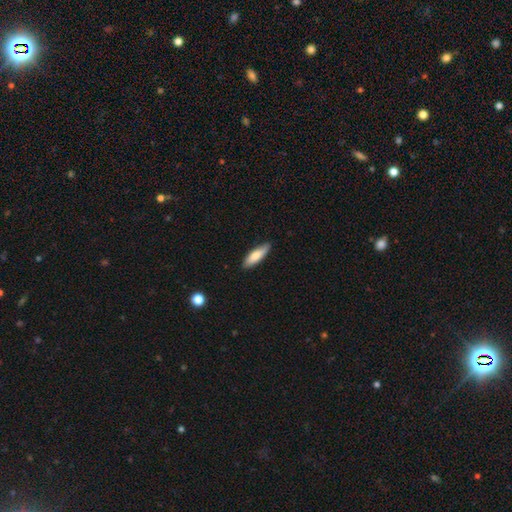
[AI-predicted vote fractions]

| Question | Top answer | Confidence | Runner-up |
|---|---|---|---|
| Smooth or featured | smooth | 75% | featured or disk (19%) |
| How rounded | cigar-shaped | 53% | in between (45%) |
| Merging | none | 84% | minor disturbance (13%) |